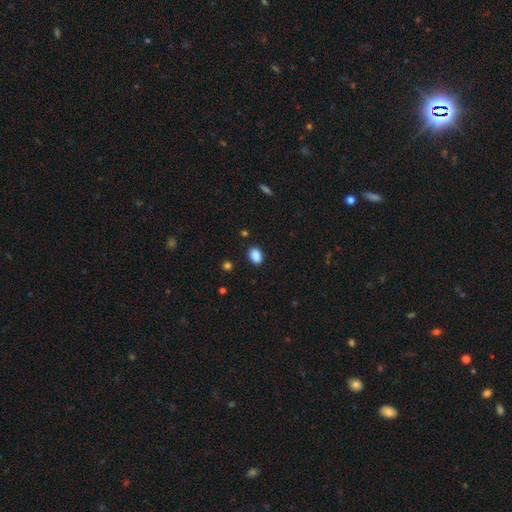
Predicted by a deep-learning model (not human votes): smooth_or_featured: smooth (p=0.88) [alt: star or artifact p=0.09]
how_rounded: in between (p=0.75) [alt: round p=0.24]
merging: none (p=0.86) [alt: minor disturbance p=0.10]